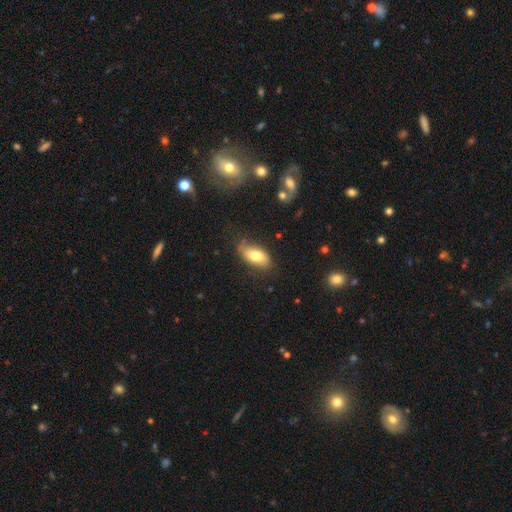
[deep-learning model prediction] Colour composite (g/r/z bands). It shows a smooth galaxy with no disk features (75%) that is in between round and cigar-shaped (90%). Merging: none (70%).